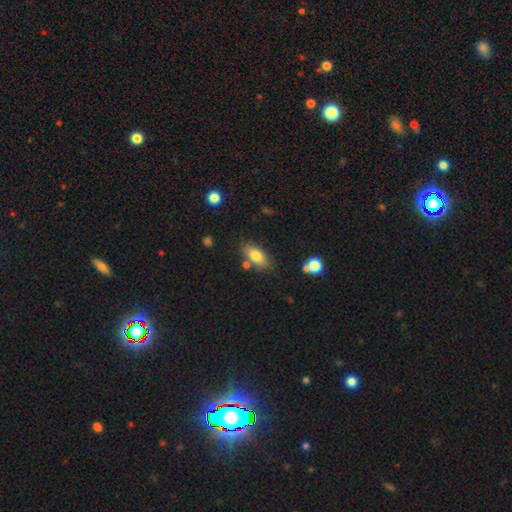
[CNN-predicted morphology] A smooth galaxy with no disk features (79%) that is in between round and cigar-shaped (85%).

Vote fractions:
- Smooth or featured? smooth: 79% / featured or disk: 14% / star or artifact: 8%
- How rounded? in between: 85% / cigar-shaped: 11% / round: 4%
- Merging? none: 75% / minor disturbance: 13% / merger: 8% / major disturbance: 3%